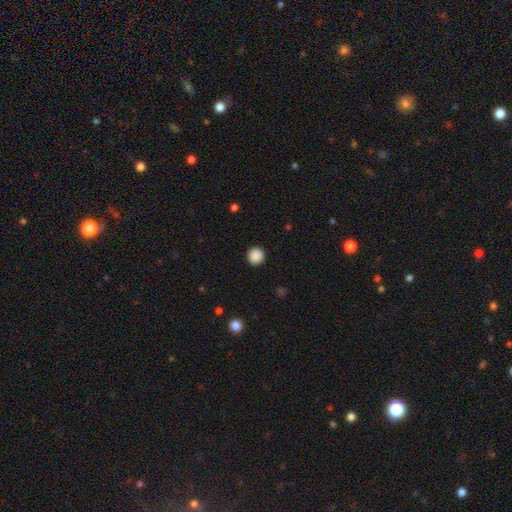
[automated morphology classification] Smooth or featured: smooth — 89% (star or artifact — 9%)
How rounded: round — 95% (in between — 4%)
Merging: none — 93% (minor disturbance — 5%)